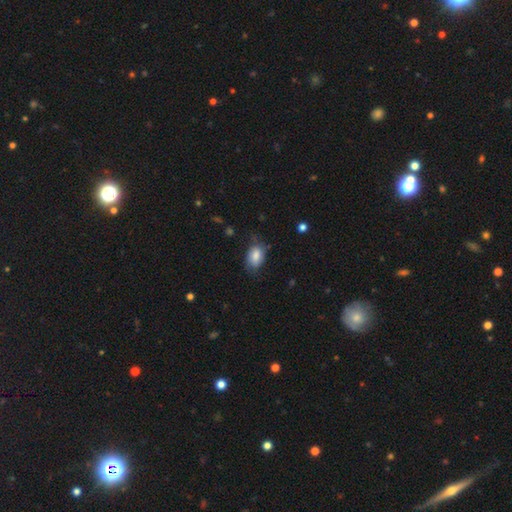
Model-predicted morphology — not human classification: Smooth or featured?
  - smooth: 74% *
  - featured or disk: 19%
  - star or artifact: 7%
How rounded?
  - in between: 84% *
  - round: 15%
  - cigar-shaped: 1%
Merging?
  - none: 58% *
  - minor disturbance: 30%
  - major disturbance: 11%
  - merger: 2%